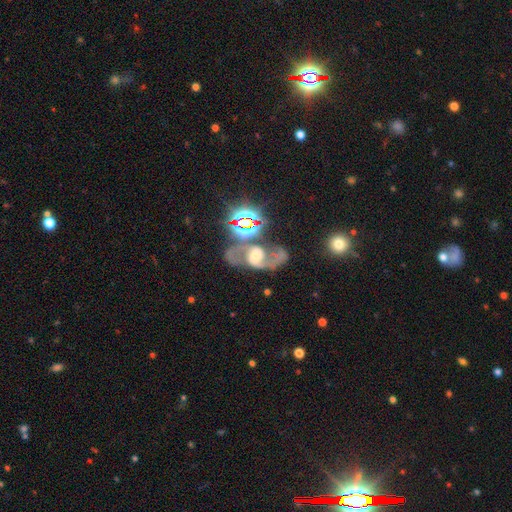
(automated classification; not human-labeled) This appears to be a featured or disk galaxy (78%) with a weak bar (40%), 2 (92%) loose (48%) spiral arms (94%) and a moderate central bulge (44%). Merging: none (55%).